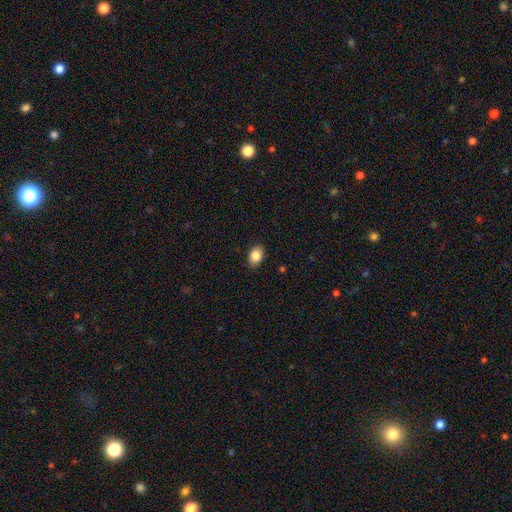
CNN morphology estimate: smooth 86%, star or artifact 8%, featured or disk 6%. Down the decision tree: how rounded — in between (78%); merging — none (88%).